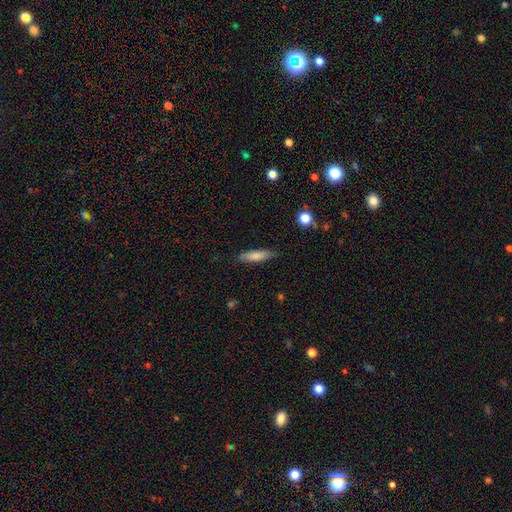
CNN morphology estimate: smooth_or_featured: smooth (p=0.77) [alt: featured or disk p=0.16]
how_rounded: cigar-shaped (p=0.68) [alt: in between p=0.30]
merging: none (p=0.82) [alt: minor disturbance p=0.14]